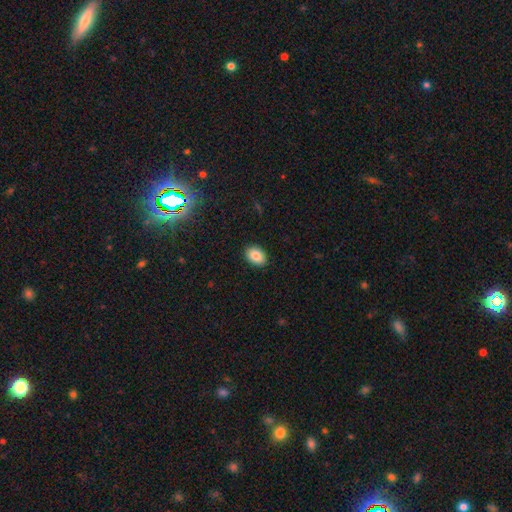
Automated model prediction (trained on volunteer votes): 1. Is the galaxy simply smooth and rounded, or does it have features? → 87% smooth, 8% star or artifact, 5% featured or disk.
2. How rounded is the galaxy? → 82% in between, 17% round, 1% cigar-shaped.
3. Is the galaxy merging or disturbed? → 90% none, 7% minor disturbance, 2% major disturbance, 1% merger.